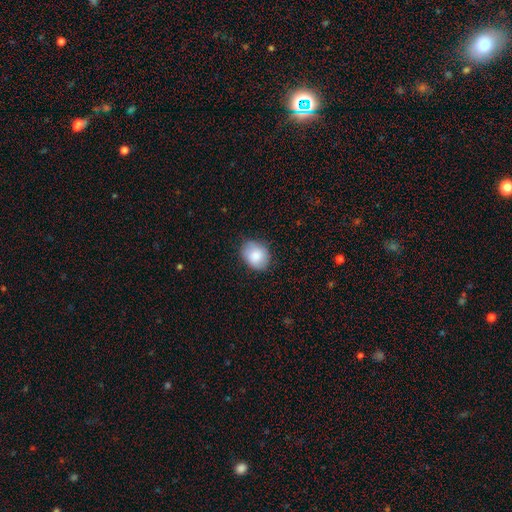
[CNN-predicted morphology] Smooth or featured: smooth — 85% (featured or disk — 8%)
How rounded: in between — 50% (round — 49%)
Merging: none — 77% (minor disturbance — 19%)